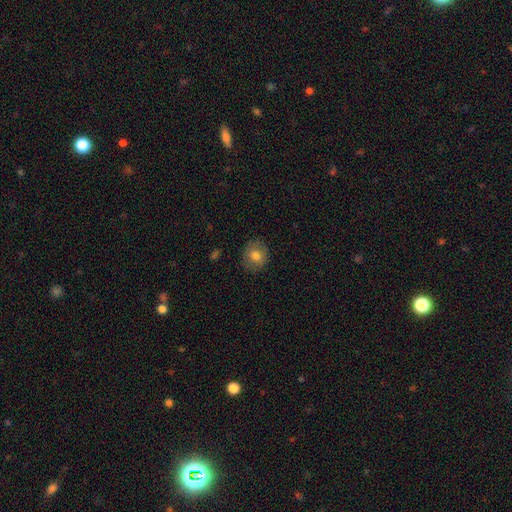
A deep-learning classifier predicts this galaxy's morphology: Overall: smooth (76%). How rounded: round (81%). Merging: none (86%).